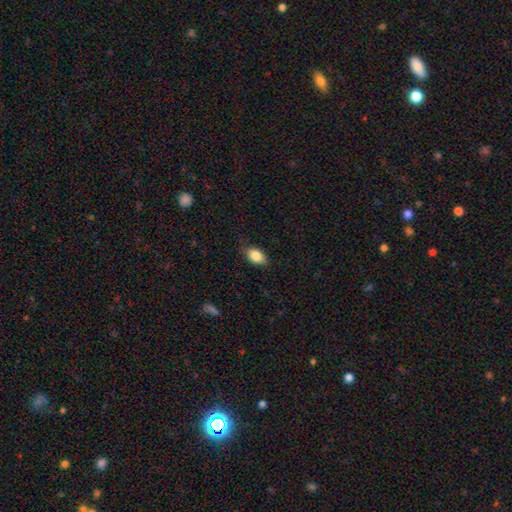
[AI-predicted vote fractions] Smooth or featured? smooth (84%)
How rounded? in between (86%)
Merging? none (76%)